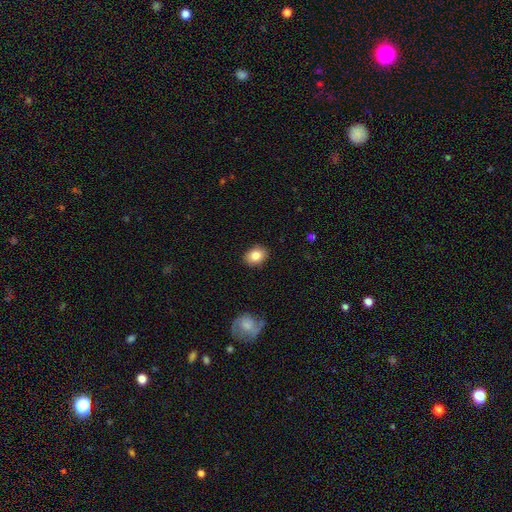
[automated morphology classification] A smooth galaxy with no disk features (84%) that is in between round and cigar-shaped (60%).

Vote fractions:
- Smooth or featured? smooth: 84% / featured or disk: 8% / star or artifact: 8%
- How rounded? in between: 60% / round: 39% / cigar-shaped: 1%
- Merging? none: 88% / minor disturbance: 9% / major disturbance: 2% / merger: 1%